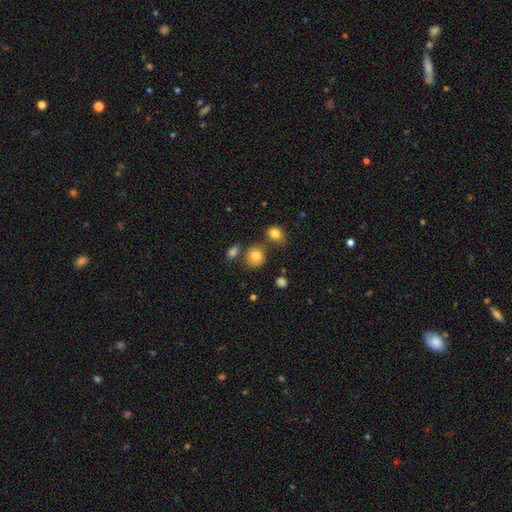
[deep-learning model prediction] Overall: smooth (81%). How rounded: round (73%). Merging: none (65%).